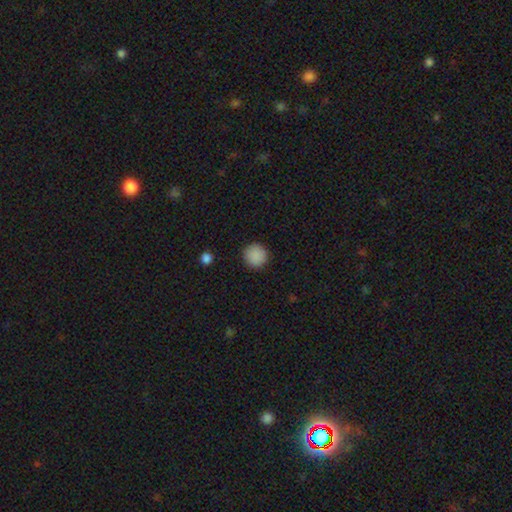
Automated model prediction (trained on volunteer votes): Smooth or featured: smooth — 89% (star or artifact — 9%)
How rounded: round — 95% (in between — 4%)
Merging: none — 91% (minor disturbance — 6%)